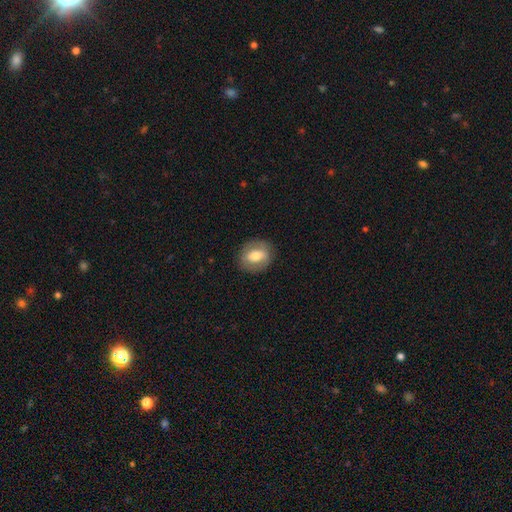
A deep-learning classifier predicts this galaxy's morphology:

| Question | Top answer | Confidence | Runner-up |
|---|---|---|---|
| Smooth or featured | smooth | 58% | featured or disk (34%) |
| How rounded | round | 50% | in between (48%) |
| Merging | none | 84% | minor disturbance (11%) |